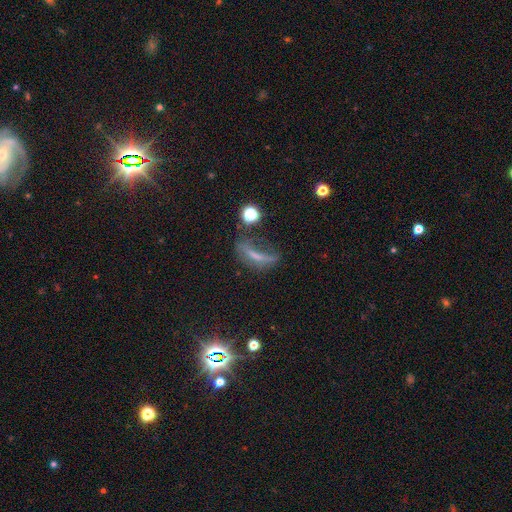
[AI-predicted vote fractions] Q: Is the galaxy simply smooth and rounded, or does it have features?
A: smooth — 41%.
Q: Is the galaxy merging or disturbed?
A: major disturbance — 39%.